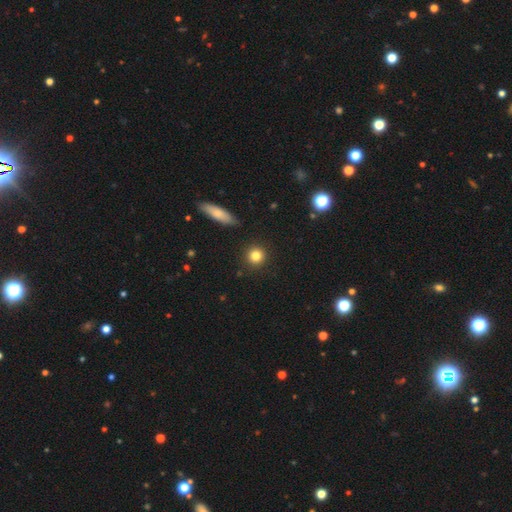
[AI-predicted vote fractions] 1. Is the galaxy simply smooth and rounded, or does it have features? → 83% smooth, 11% star or artifact, 7% featured or disk.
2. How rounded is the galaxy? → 92% round, 7% in between, 1% cigar-shaped.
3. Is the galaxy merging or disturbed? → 91% none, 6% minor disturbance, 2% major disturbance, 1% merger.